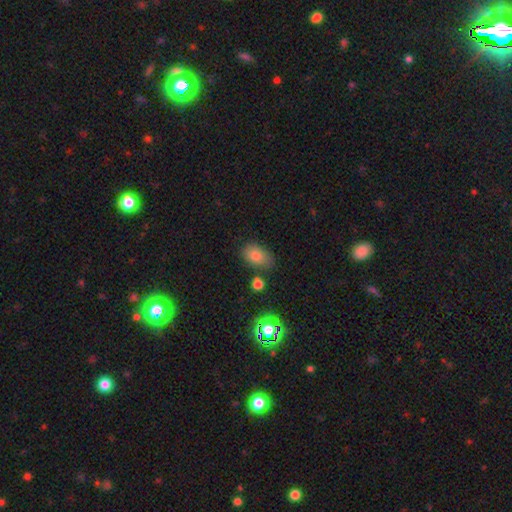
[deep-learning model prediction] This appears to be a smooth galaxy with no disk features (78%) that is in between round and cigar-shaped (86%). Merging: none (71%).